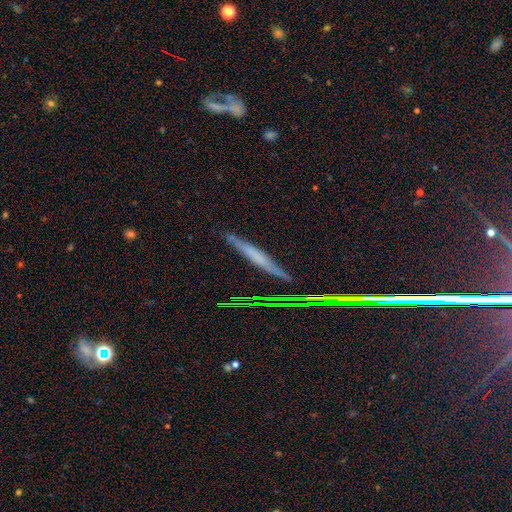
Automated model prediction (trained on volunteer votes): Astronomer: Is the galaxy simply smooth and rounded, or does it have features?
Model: featured or disk — 47% (runner-up: smooth, 35%).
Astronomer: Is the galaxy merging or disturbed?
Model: none — 85%.